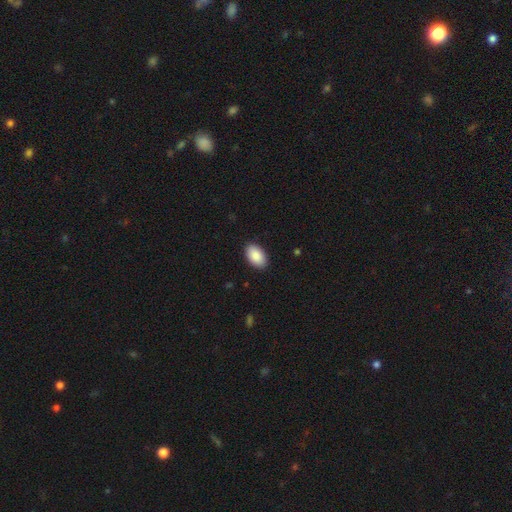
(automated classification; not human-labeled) Q: Smooth or featured?
A: smooth (89%); runner-up: star or artifact (6%)
Q: How rounded?
A: in between (95%); runner-up: round (4%)
Q: Merging?
A: none (90%); runner-up: minor disturbance (8%)